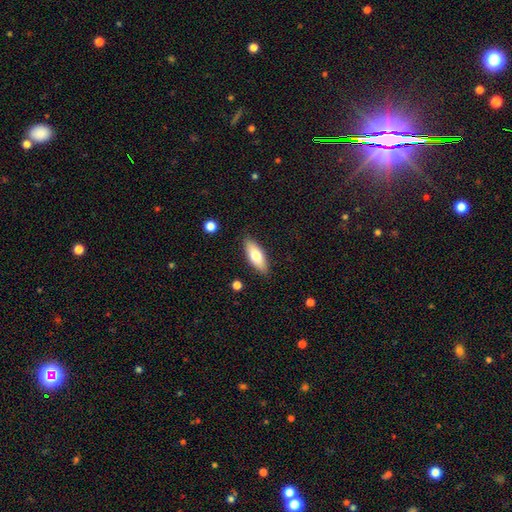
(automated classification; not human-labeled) smooth-or-featured: smooth: 71% | featured or disk: 23% | star or artifact: 6%
  how-rounded: in between: 73% | cigar-shaped: 24% | round: 2%
  merging: none: 87% | minor disturbance: 10% | major disturbance: 2% | merger: 1%